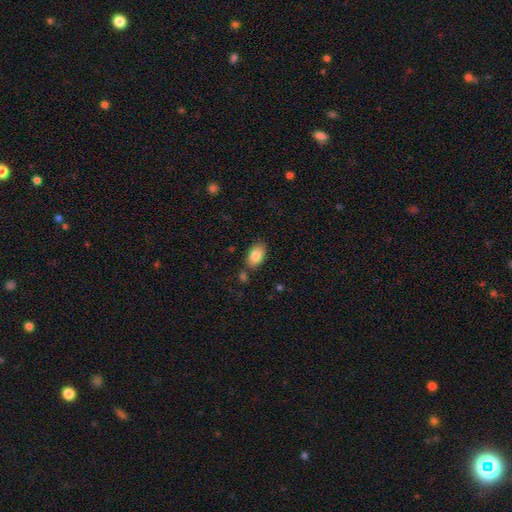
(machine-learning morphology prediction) A smooth galaxy with no disk features (85%) that is in between round and cigar-shaped (92%). Merging: none (78%).